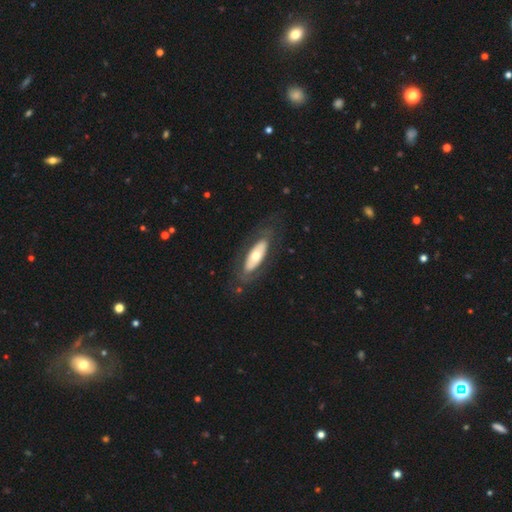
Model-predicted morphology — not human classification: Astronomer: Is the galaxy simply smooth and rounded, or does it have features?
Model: featured or disk — 48% (runner-up: smooth, 47%).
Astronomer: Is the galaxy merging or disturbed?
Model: none — 76%.